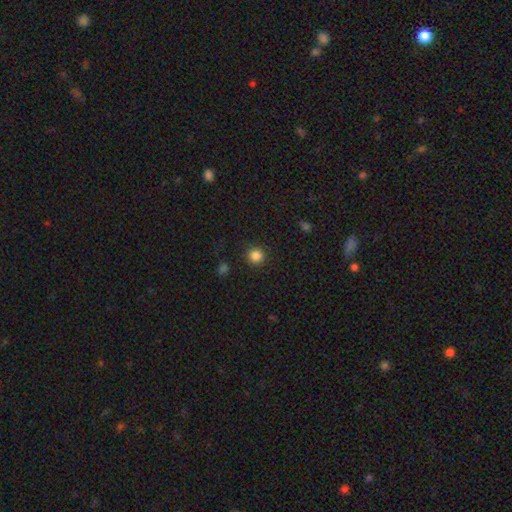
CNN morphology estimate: This is clearly a smooth galaxy (85%). How rounded: clearly round (94%). Merging: clearly none (90%).